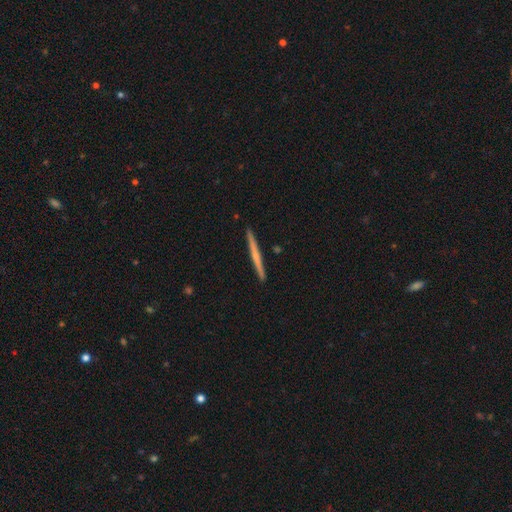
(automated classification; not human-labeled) smooth-or-featured: featured or disk: 58% | smooth: 37% | star or artifact: 5%
  disk-edge-on: yes: 98% | no: 2%
    edge-on-bulge: none: 54% | rounded: 40% | boxy: 6%
  merging: none: 92% | minor disturbance: 5% | merger: 1% | major disturbance: 1%